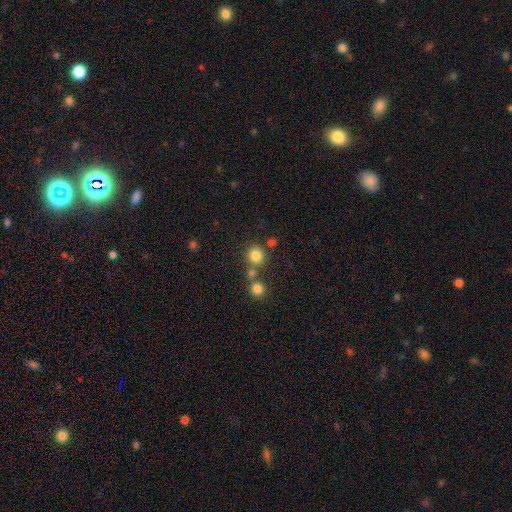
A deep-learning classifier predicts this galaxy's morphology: Smooth or featured: smooth — 81% (star or artifact — 13%)
How rounded: round — 90% (in between — 9%)
Merging: none — 70% (merger — 19%)